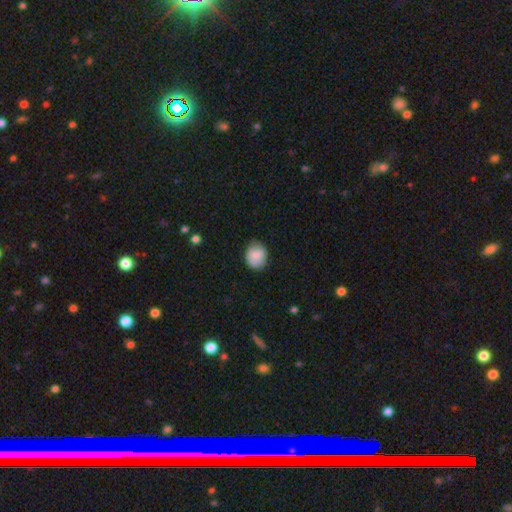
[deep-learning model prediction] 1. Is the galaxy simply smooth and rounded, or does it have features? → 83% smooth, 10% featured or disk, 7% star or artifact.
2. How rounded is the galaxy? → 57% round, 42% in between, 1% cigar-shaped.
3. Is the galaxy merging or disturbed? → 76% none, 19% minor disturbance, 4% major disturbance, 1% merger.